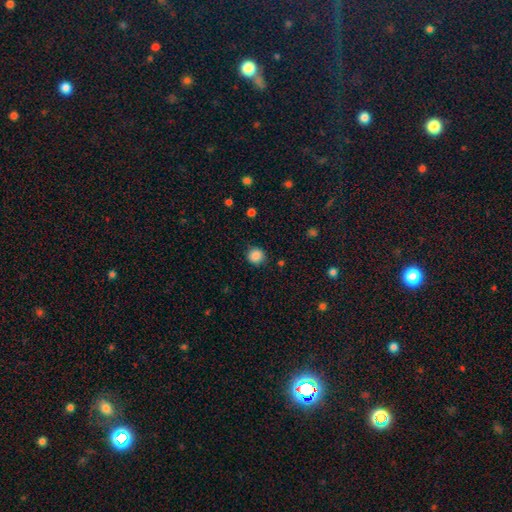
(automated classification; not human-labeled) Smooth or featured?
  - smooth: 87% *
  - star or artifact: 10%
  - featured or disk: 3%
How rounded?
  - round: 91% *
  - in between: 8%
  - cigar-shaped: 1%
Merging?
  - none: 88% *
  - minor disturbance: 8%
  - major disturbance: 3%
  - merger: 1%